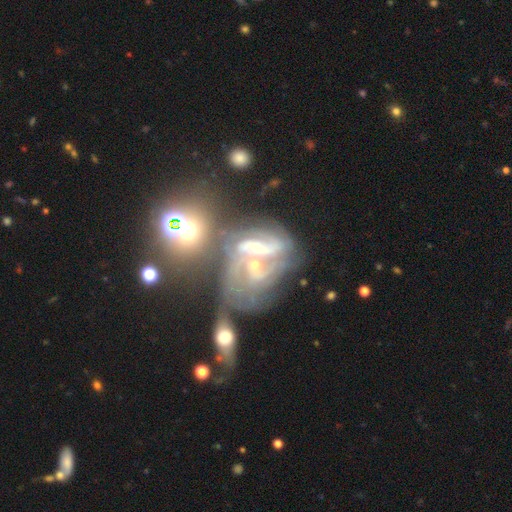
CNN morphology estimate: The model was most divided on "bulge size": small: 46%, moderate: 35%, none: 11%, large: 5%, dominant: 2%. Remaining: edge-on disk — no (95%); spiral arms — yes (74%); smooth or featured — featured or disk (66%); merging — merger (56%); bar — no (45%).